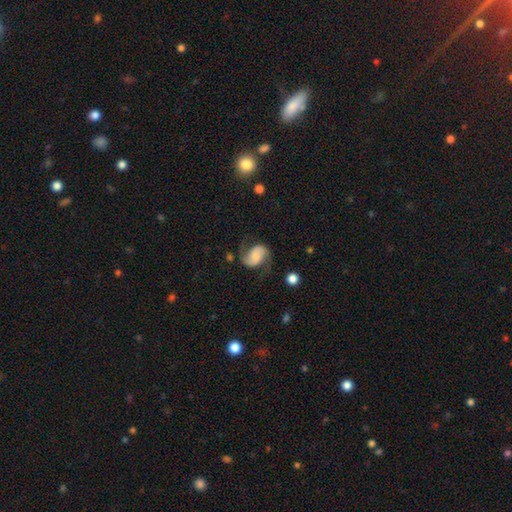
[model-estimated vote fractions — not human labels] Smooth or featured? featured or disk (71%)
Edge-on disk? no (98%)
Bar? no (59%)
Spiral arms? yes (94%)
Spiral winding? loose (47%)
Spiral arm count? 2 (91%)
Bulge size? small (42%)
Merging? none (65%)